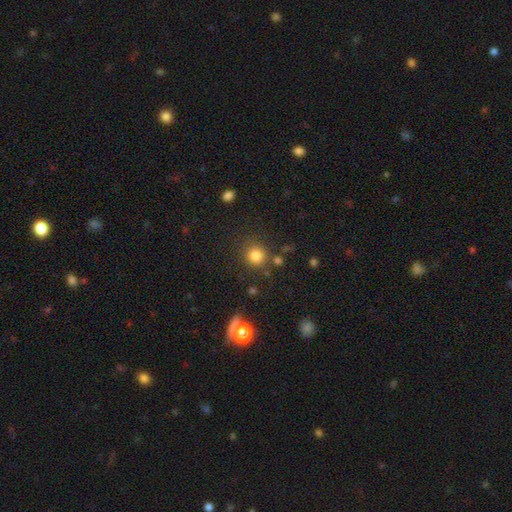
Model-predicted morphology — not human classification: smooth-or-featured: smooth: 80% | star or artifact: 14% | featured or disk: 6%
  how-rounded: round: 90% | in between: 9% | cigar-shaped: 1%
  merging: none: 80% | minor disturbance: 9% | merger: 6% | major disturbance: 4%